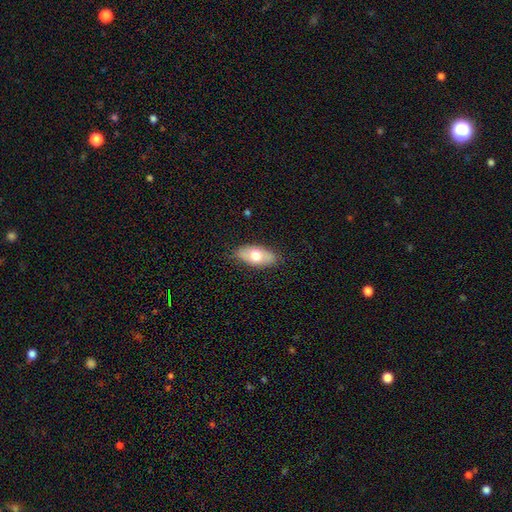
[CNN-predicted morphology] type=smooth (67%); roundness=in between (90%); merging=none (82%).